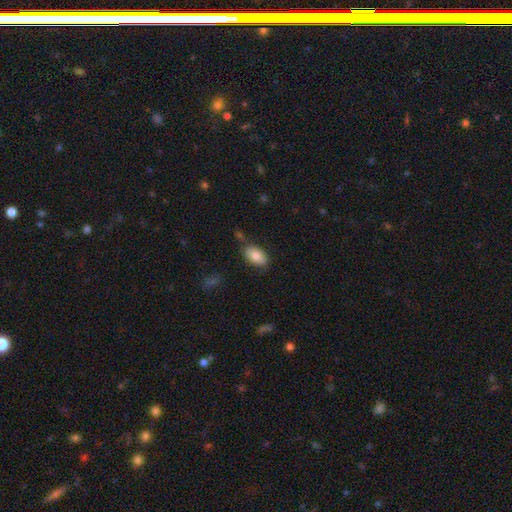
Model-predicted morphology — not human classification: A smooth galaxy with no disk features (82%) that is in between round and cigar-shaped (92%).

Vote fractions:
- Smooth or featured? smooth: 82% / featured or disk: 11% / star or artifact: 7%
- How rounded? in between: 92% / round: 6% / cigar-shaped: 2%
- Merging? none: 74% / minor disturbance: 16% / merger: 6% / major disturbance: 4%